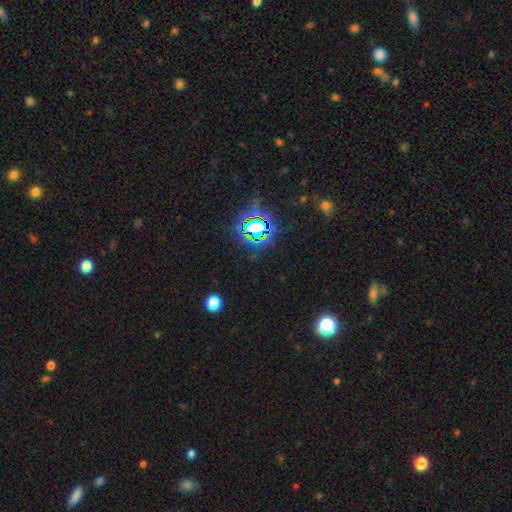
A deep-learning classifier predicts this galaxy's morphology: Smooth or featured?
  - star or artifact: 77% *
  - smooth: 15%
  - featured or disk: 8%